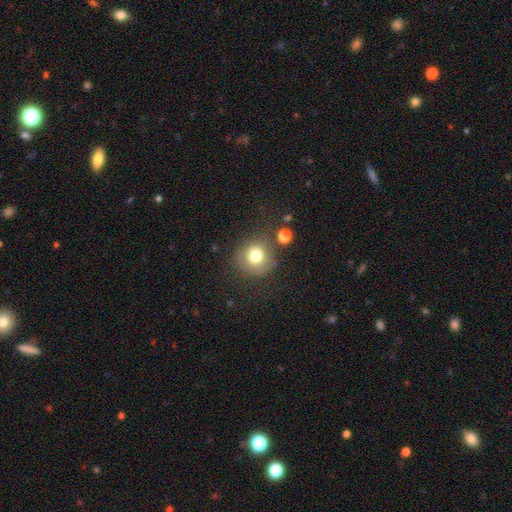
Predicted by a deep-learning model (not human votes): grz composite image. It shows a smooth galaxy with no disk features (77%) that is round (88%). Merging: none (72%).